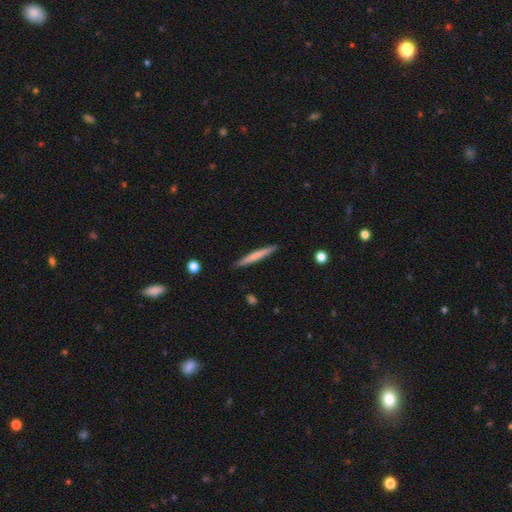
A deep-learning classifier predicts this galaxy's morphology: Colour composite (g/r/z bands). It shows a smooth galaxy with no disk features (65%) that is cigar-shaped (96%). Merging: none (90%).